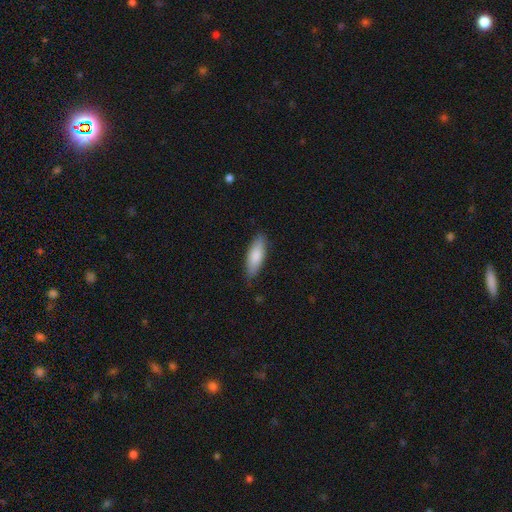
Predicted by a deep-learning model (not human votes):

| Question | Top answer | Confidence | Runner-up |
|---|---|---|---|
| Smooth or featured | smooth | 83% | featured or disk (11%) |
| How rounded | in between | 63% | cigar-shaped (36%) |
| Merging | none | 82% | minor disturbance (15%) |